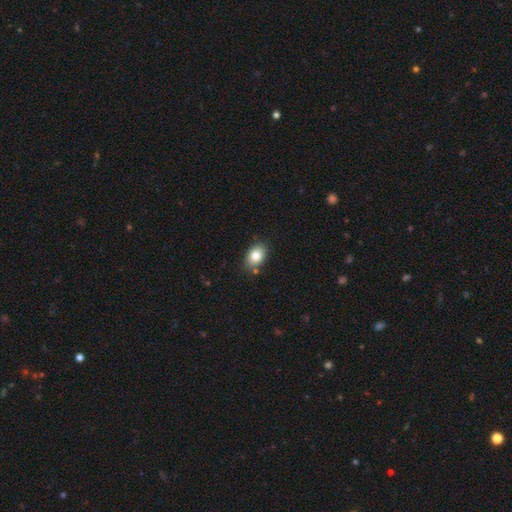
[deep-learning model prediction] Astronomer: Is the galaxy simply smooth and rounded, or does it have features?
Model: smooth — 82%.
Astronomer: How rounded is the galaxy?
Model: in between — 79%.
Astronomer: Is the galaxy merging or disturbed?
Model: none — 80%.